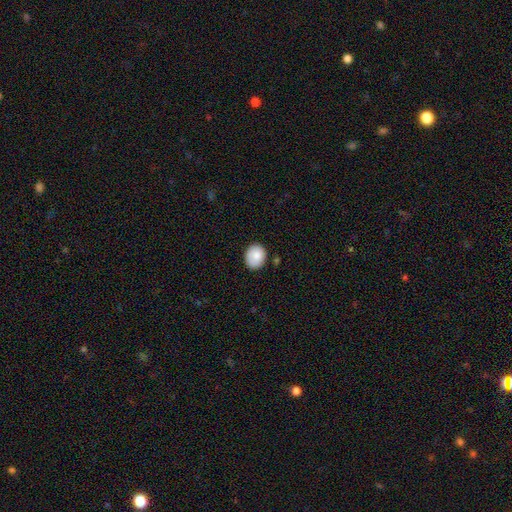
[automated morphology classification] This appears to be a smooth galaxy with no disk features (83%) that is round (58%). Merging: none (79%).